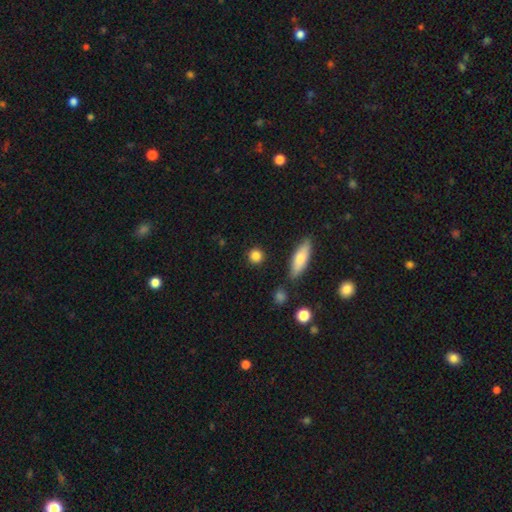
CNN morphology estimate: type=smooth (85%); roundness=round (86%); merging=none (87%).